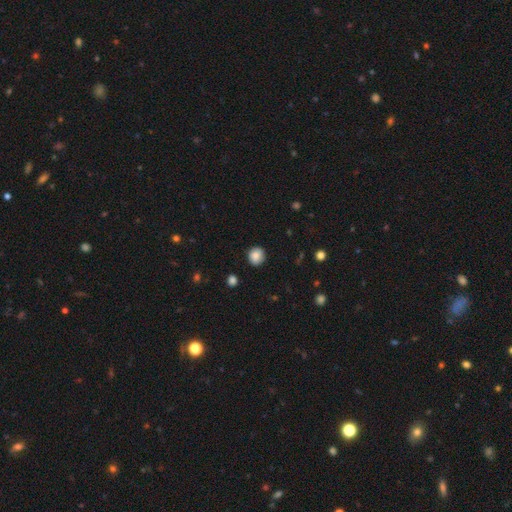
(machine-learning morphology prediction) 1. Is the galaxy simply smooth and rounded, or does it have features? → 85% smooth, 9% star or artifact, 6% featured or disk.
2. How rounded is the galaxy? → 89% round, 10% in between, 1% cigar-shaped.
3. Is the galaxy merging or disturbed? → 87% none, 10% minor disturbance, 2% major disturbance, 1% merger.